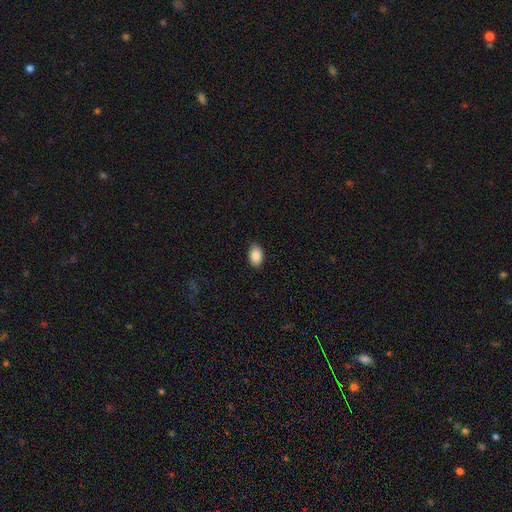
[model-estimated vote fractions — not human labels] Morphology: type=smooth (89%); roundness=in between (90%); merging=none (86%).